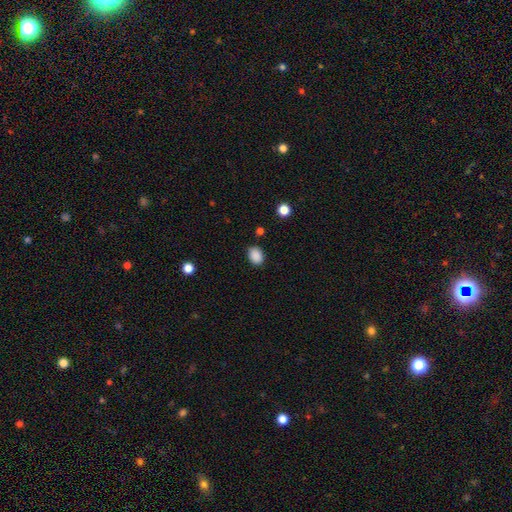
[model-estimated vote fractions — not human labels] Smooth or featured: smooth — 88% (star or artifact — 9%)
How rounded: in between — 70% (round — 29%)
Merging: none — 84% (minor disturbance — 11%)